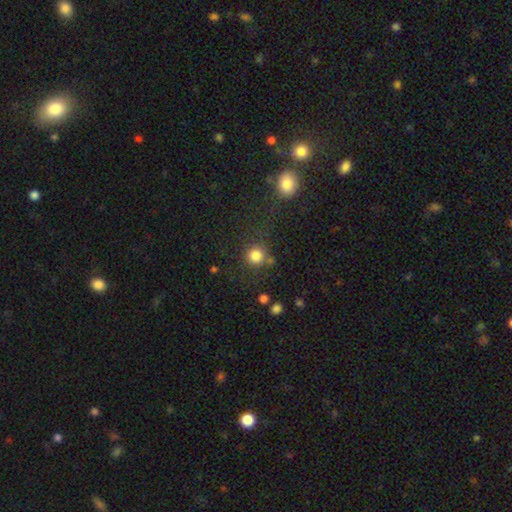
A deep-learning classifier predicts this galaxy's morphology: A smooth galaxy with no disk features (82%) that is round (92%). Merging: none (74%).